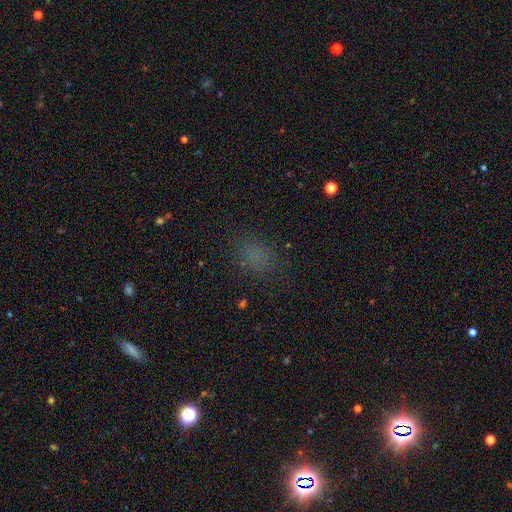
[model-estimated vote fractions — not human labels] Smooth or featured: smooth — 71% (star or artifact — 22%)
How rounded: in between — 55% (round — 43%)
Merging: none — 78% (minor disturbance — 13%)